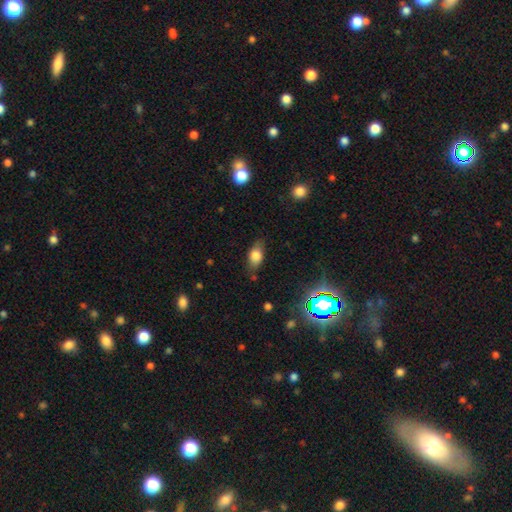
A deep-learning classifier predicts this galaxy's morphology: Smooth or featured?
  - smooth: 72% *
  - featured or disk: 17%
  - star or artifact: 11%
How rounded?
  - in between: 81% *
  - round: 11%
  - cigar-shaped: 8%
Merging?
  - none: 75% *
  - minor disturbance: 18%
  - major disturbance: 5%
  - merger: 2%